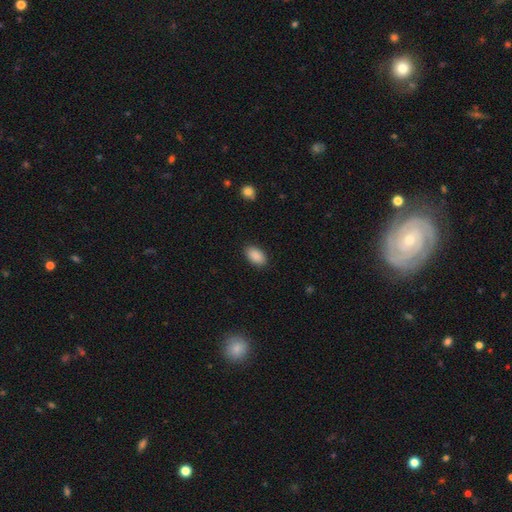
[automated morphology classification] A smooth galaxy with no disk features (90%) that is in between round and cigar-shaped (93%). Merging: none (88%).